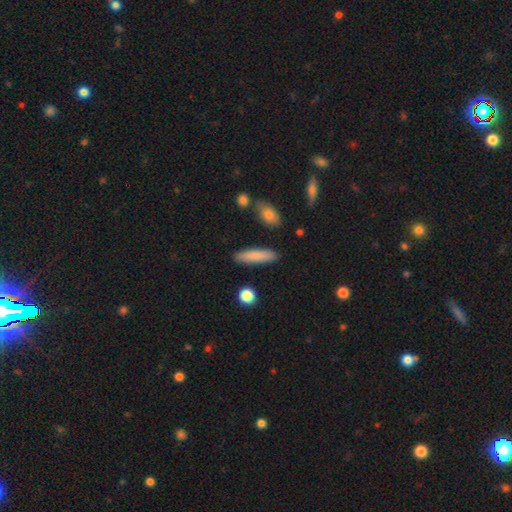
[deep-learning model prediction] Overall: smooth (82%). How rounded: cigar-shaped (79%). Merging: none (88%).